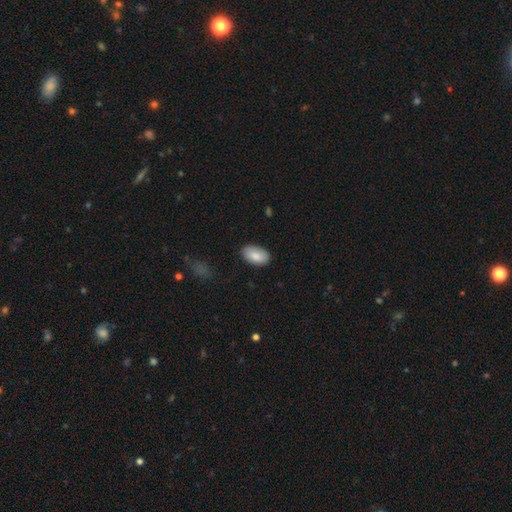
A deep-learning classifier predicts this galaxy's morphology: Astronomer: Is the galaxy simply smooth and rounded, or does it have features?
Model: smooth — 86%.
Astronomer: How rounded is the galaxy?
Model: in between — 95%.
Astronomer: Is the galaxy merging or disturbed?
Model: none — 84%.